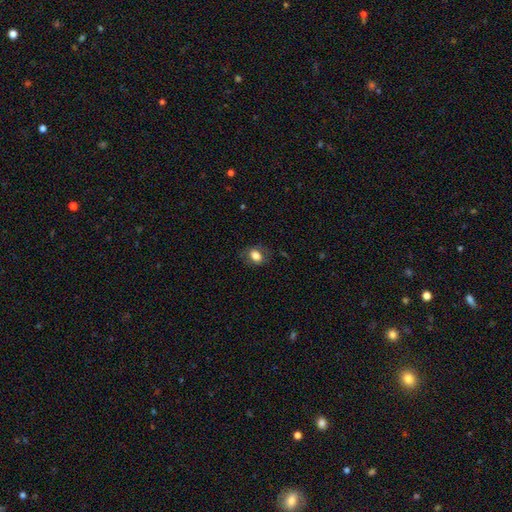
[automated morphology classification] Smooth or featured: smooth — 78% (featured or disk — 12%)
How rounded: in between — 69% (round — 29%)
Merging: none — 75% (minor disturbance — 18%)